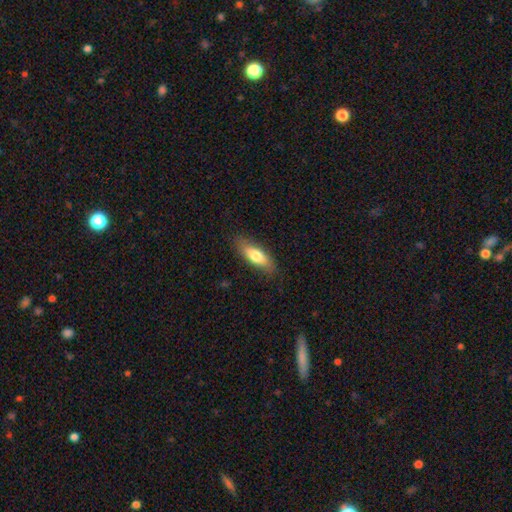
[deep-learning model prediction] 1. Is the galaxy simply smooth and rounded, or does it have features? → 71% smooth, 23% featured or disk, 6% star or artifact.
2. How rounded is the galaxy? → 57% in between, 41% cigar-shaped, 2% round.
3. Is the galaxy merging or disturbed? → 83% none, 13% minor disturbance, 3% major disturbance, 1% merger.